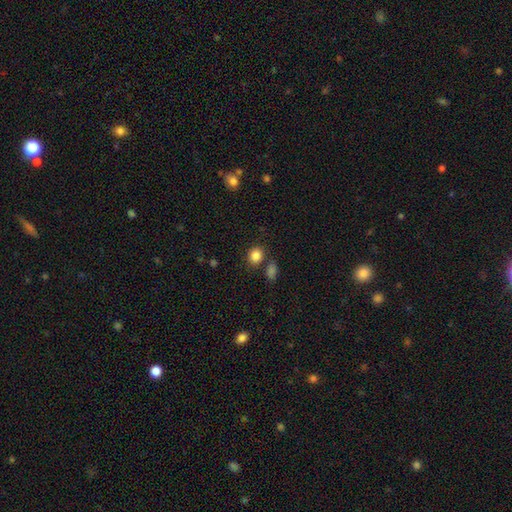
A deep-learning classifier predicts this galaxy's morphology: smooth 85%, star or artifact 10%, featured or disk 4%. Down the decision tree: how rounded — round (69%); merging — none (76%).